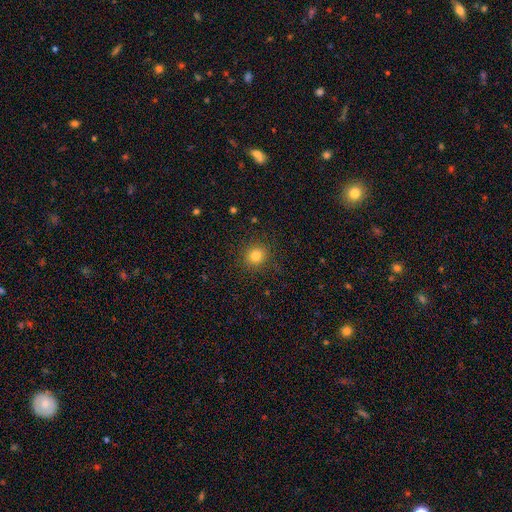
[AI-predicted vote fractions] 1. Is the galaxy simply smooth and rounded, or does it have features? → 81% smooth, 13% star or artifact, 6% featured or disk.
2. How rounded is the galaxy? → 89% round, 10% in between, 1% cigar-shaped.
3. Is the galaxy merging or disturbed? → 90% none, 6% minor disturbance, 2% major disturbance, 1% merger.